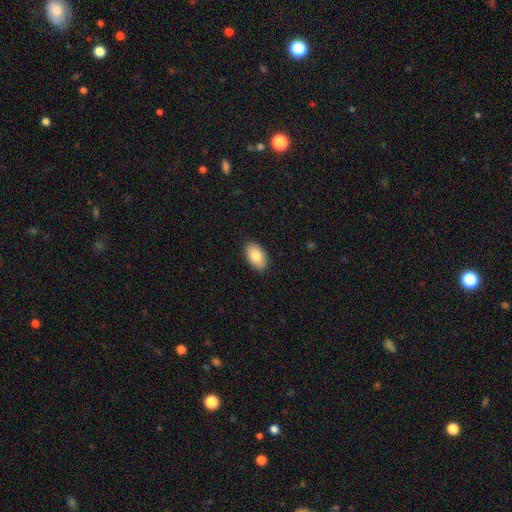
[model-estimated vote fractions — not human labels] A smooth galaxy with no disk features (84%) that is in between round and cigar-shaped (94%). Merging: none (89%).